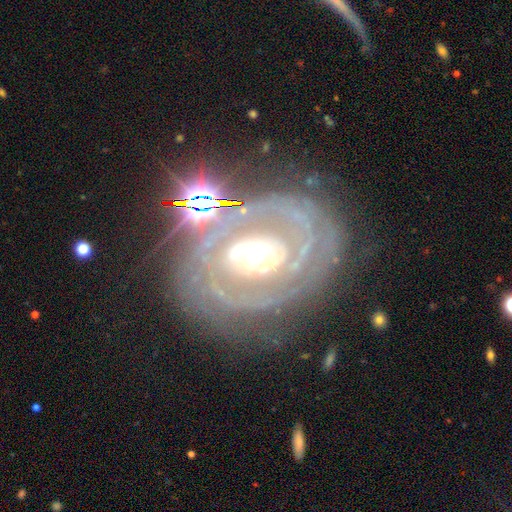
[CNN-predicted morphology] This appears to be a featured or disk galaxy (85%) with no bar (58%), tight (73%) spiral arms (86%) and a moderate central bulge (65%). Merging: none (73%).